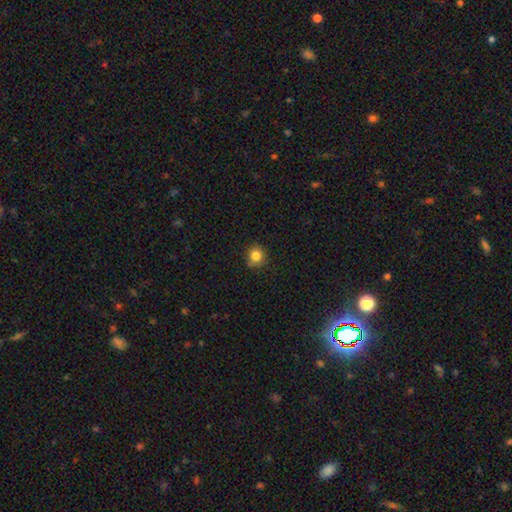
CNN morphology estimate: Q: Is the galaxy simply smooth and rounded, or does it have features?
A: smooth — 82%.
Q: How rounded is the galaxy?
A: round — 85%.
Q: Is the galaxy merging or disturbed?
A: none — 76%.